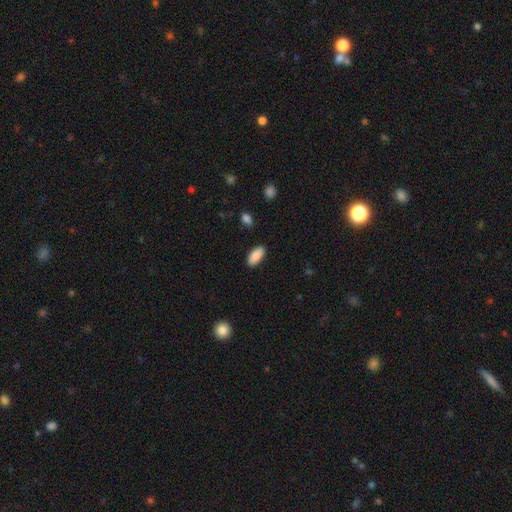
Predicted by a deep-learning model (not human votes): This is clearly a smooth galaxy (87%). How rounded: clearly in between (89%). Merging: clearly none (88%).